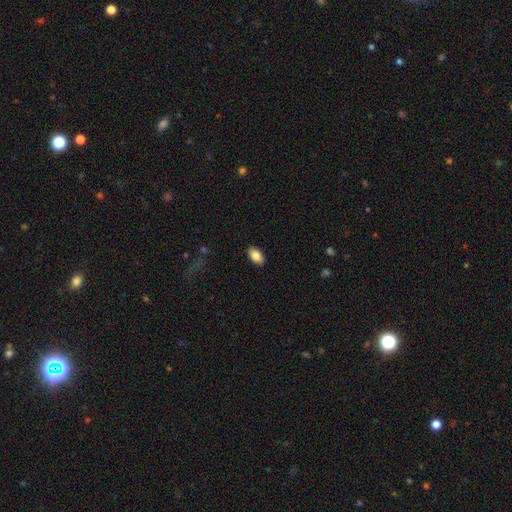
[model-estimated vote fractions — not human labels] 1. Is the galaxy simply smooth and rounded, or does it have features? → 84% smooth, 9% featured or disk, 7% star or artifact.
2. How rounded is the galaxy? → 93% in between, 5% round, 2% cigar-shaped.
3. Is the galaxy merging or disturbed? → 89% none, 8% minor disturbance, 2% major disturbance, 1% merger.